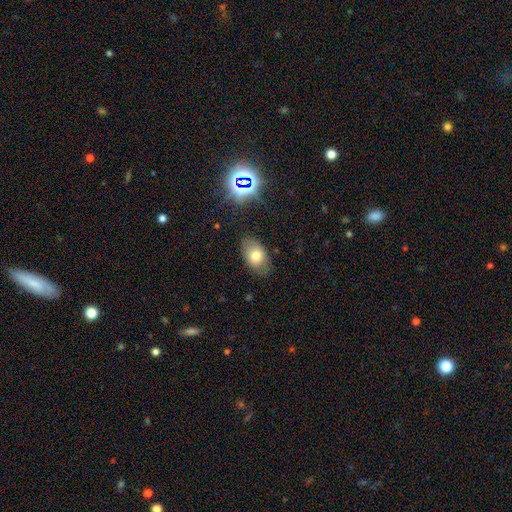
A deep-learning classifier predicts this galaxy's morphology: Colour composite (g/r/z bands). It shows a smooth galaxy with no disk features (74%) that is in between round and cigar-shaped (88%). Merging: none (80%).